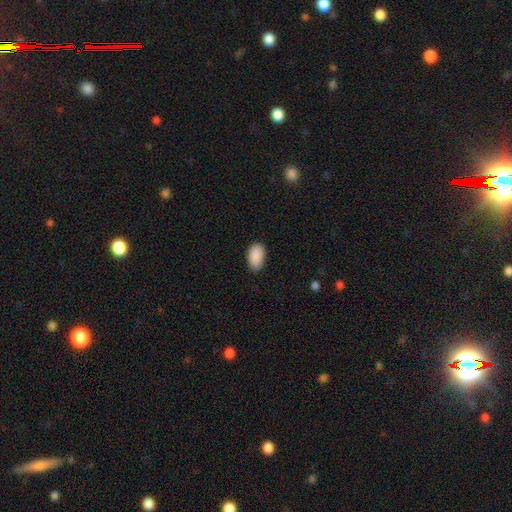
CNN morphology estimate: smooth_or_featured: smooth (p=0.90) [alt: star or artifact p=0.07]
how_rounded: in between (p=0.93) [alt: round p=0.05]
merging: none (p=0.82) [alt: minor disturbance p=0.14]